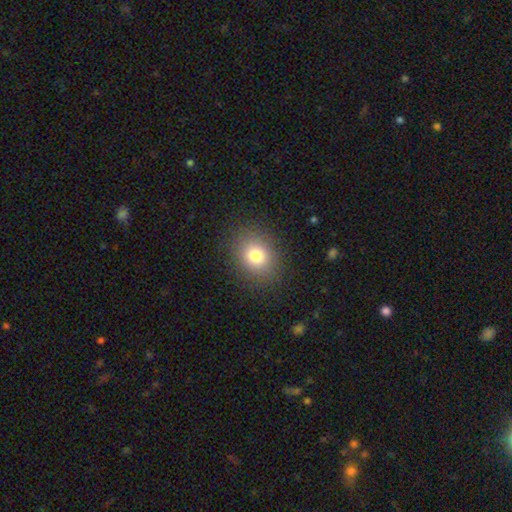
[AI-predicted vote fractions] This appears to be a smooth galaxy with no disk features (79%) that is round (59%). Merging: none (87%).